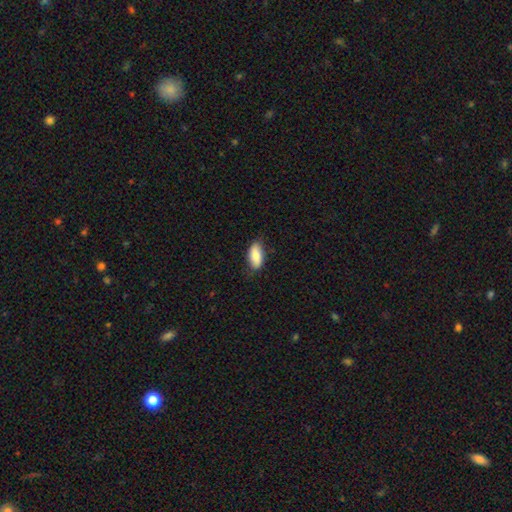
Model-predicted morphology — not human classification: This is clearly a smooth galaxy (83%). How rounded: clearly in between (91%). Merging: likely none (72%).